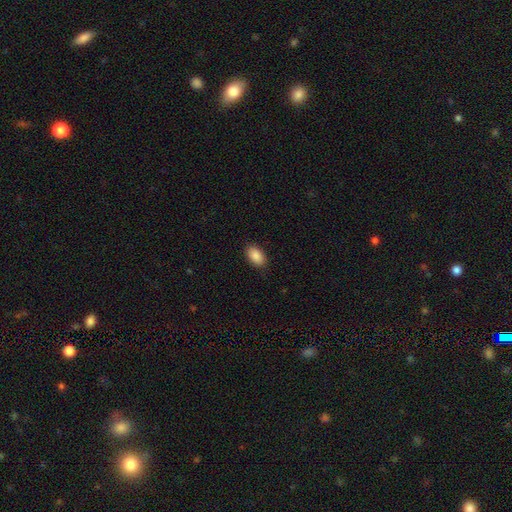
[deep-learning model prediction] A smooth galaxy with no disk features (89%) that is in between round and cigar-shaped (93%). Merging: none (88%).